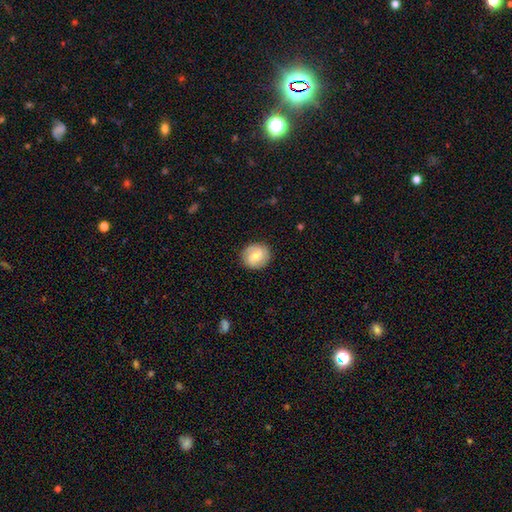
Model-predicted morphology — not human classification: Smooth or featured: smooth — 53% (featured or disk — 41%)
How rounded: round — 83% (in between — 16%)
Merging: none — 86% (minor disturbance — 10%)